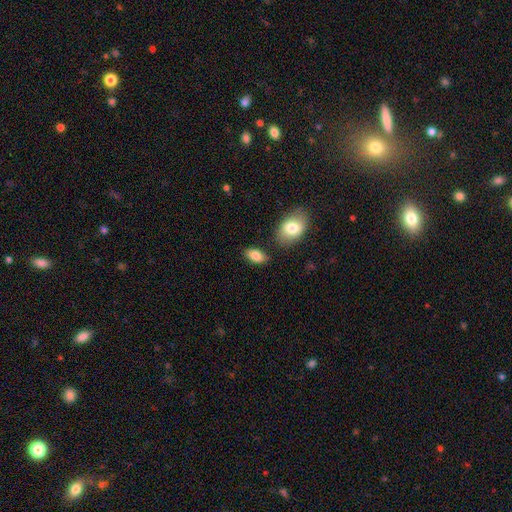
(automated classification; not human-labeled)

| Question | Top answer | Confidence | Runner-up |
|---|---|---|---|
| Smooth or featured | smooth | 85% | star or artifact (7%) |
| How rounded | in between | 92% | round (5%) |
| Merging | none | 79% | minor disturbance (13%) |